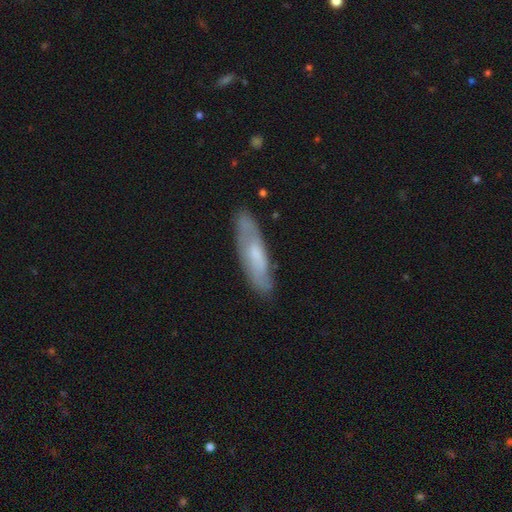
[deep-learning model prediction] This appears to be a smooth galaxy with no disk features (48%). Merging: none (80%).